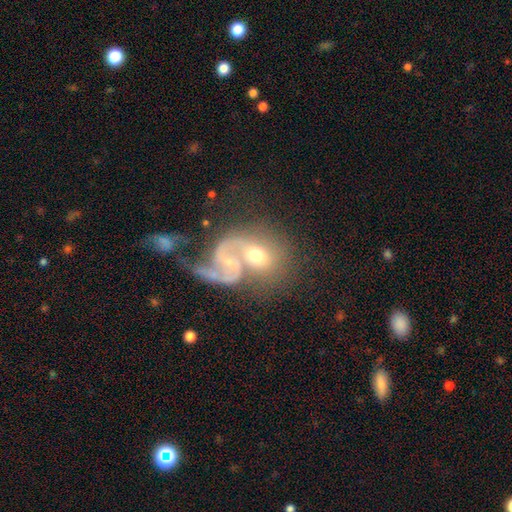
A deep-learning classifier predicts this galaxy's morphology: A featured or disk galaxy (66%) with no bar (53%), 2 (76%) loose (49%) spiral arms (85%) and a small central bulge (50%). Merging: merger (61%).